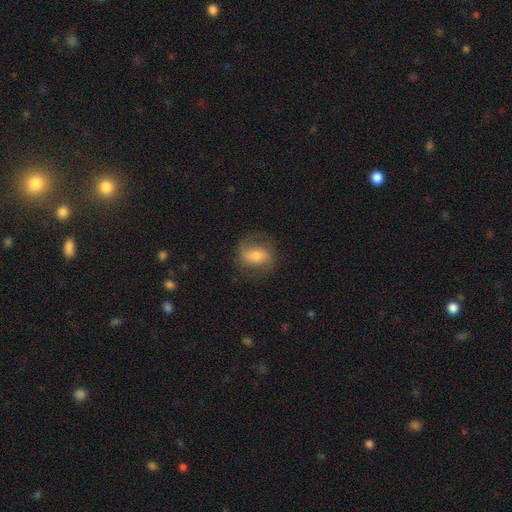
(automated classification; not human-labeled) A featured or disk galaxy (54%) with a weak bar (40%), spiral arms (83%) and a moderate central bulge (54%).

Vote fractions:
- Smooth or featured? featured or disk: 54% / smooth: 38% / star or artifact: 9%
- Edge-on disk? no: 95% / yes: 5%
- Bar? weak: 40% / strong: 30% / no: 30%
- Spiral arms? yes: 83% / no: 17%
- Bulge size? moderate: 54% / small: 30% / large: 11% / none: 3% / dominant: 2%
- Merging? none: 72% / minor disturbance: 17% / major disturbance: 9% / merger: 1%